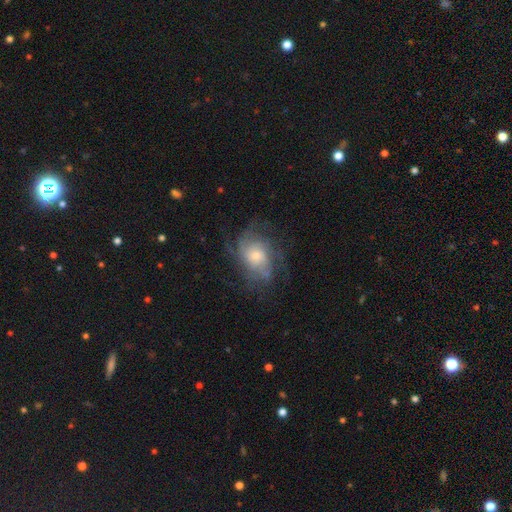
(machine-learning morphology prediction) Smooth or featured?
  - featured or disk: 72% *
  - smooth: 19%
  - star or artifact: 9%
Edge-on disk?
  - no: 97% *
  - yes: 3%
Bar?
  - no: 76% *
  - weak: 21%
  - strong: 3%
Spiral arms?
  - yes: 88% *
  - no: 12%
Spiral winding?
  - tight: 42% *
  - medium: 39%
  - loose: 19%
Spiral arm count?
  - can't tell: 42% *
  - 3: 17%
  - 4: 15%
  - 2: 14%
  - more than 4: 6%
  - 1: 6%
Bulge size?
  - moderate: 50% *
  - small: 36%
  - large: 10%
  - none: 3%
  - dominant: 1%
Merging?
  - none: 65% *
  - minor disturbance: 19%
  - major disturbance: 15%
  - merger: 1%